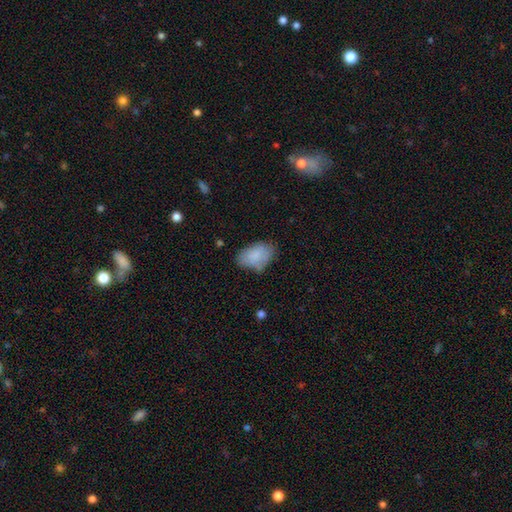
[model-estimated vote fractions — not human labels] This is clearly a smooth galaxy (84%). How rounded: clearly in between (92%). Merging: likely none (61%).